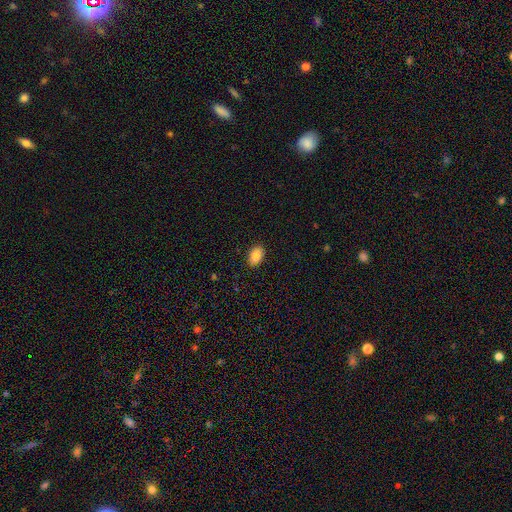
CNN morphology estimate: smooth-or-featured: smooth: 87% | star or artifact: 7% | featured or disk: 6%
  how-rounded: in between: 90% | round: 8% | cigar-shaped: 1%
  merging: none: 89% | minor disturbance: 8% | major disturbance: 2% | merger: 1%